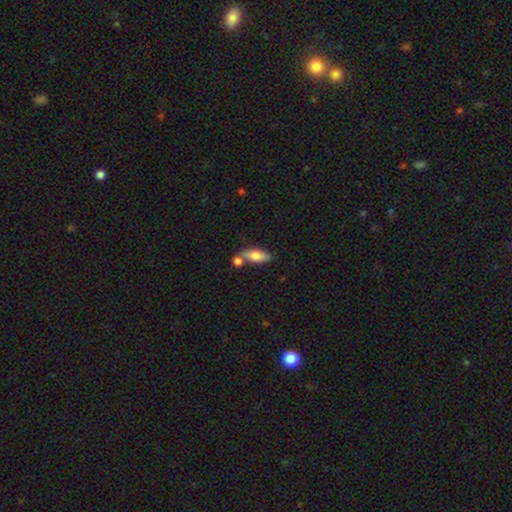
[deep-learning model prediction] Smooth or featured?
  - smooth: 71% *
  - featured or disk: 23%
  - star or artifact: 7%
How rounded?
  - in between: 70% *
  - cigar-shaped: 26%
  - round: 4%
Merging?
  - none: 54% *
  - merger: 28%
  - minor disturbance: 13%
  - major disturbance: 4%